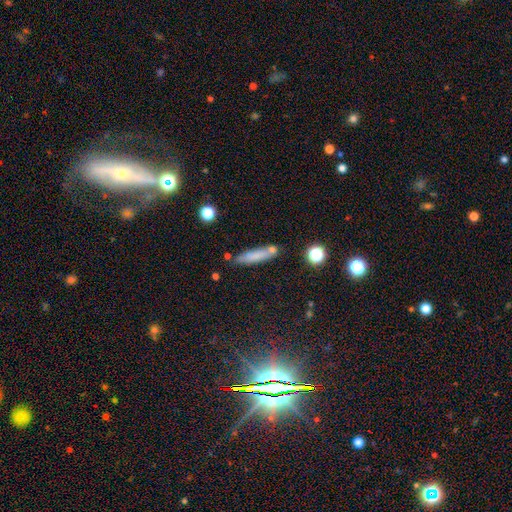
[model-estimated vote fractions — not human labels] A smooth galaxy with no disk features (74%) that is cigar-shaped (82%). Merging: none (71%).